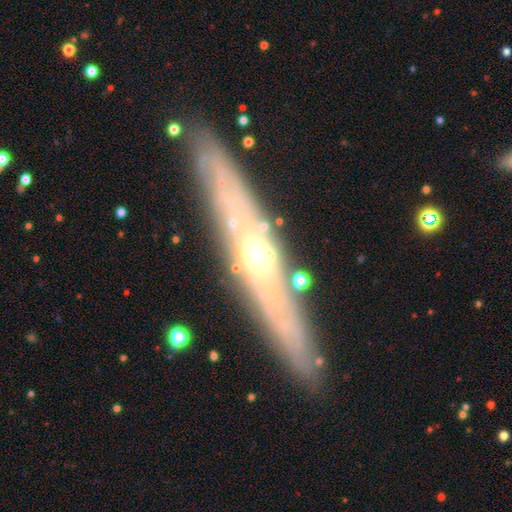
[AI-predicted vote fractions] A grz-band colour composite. It shows a featured or disk galaxy (78%) viewed edge-on (82%) with a rounded central bulge (78%). Merging: none (88%).